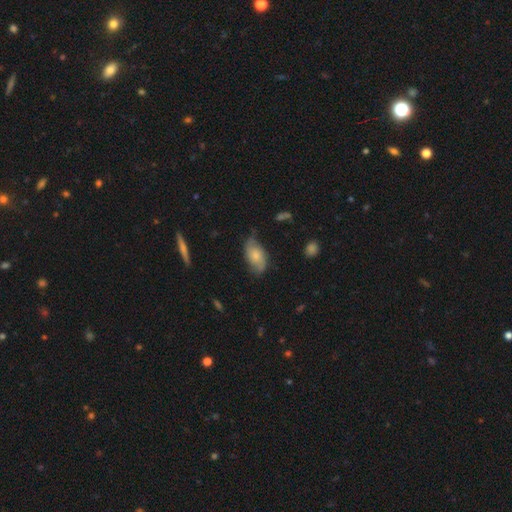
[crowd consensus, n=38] Q: Smooth or featured?
A: smooth (55%); runner-up: featured or disk (39%)
Q: How rounded?
A: in between (100%)
Q: Merging?
A: none (69%); runner-up: minor disturbance (28%)